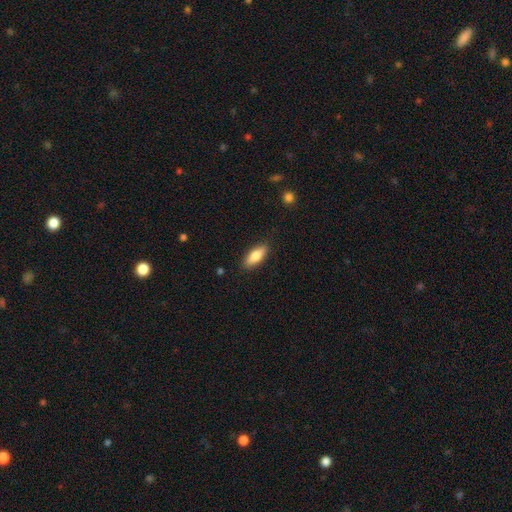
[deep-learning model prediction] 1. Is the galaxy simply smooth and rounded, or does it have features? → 77% smooth, 17% featured or disk, 6% star or artifact.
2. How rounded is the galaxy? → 73% in between, 24% cigar-shaped, 2% round.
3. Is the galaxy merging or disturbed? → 87% none, 10% minor disturbance, 2% major disturbance, 1% merger.